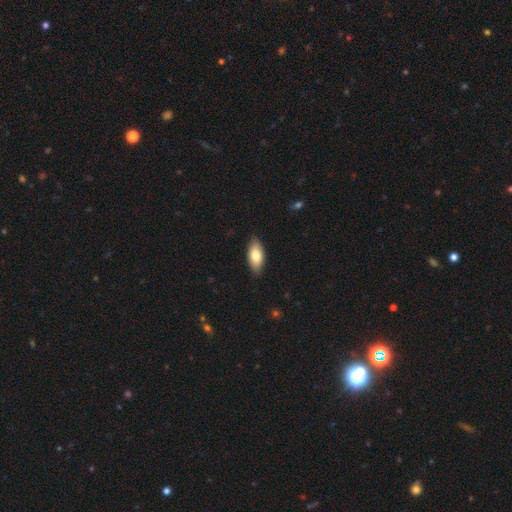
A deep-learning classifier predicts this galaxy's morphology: Overall: smooth (76%). How rounded: in between (89%). Merging: none (85%).